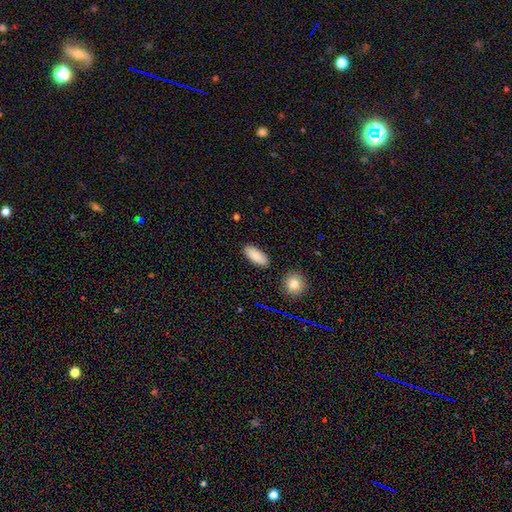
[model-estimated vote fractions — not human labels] smooth 88%, star or artifact 7%, featured or disk 5%. Down the decision tree: how rounded — in between (82%); merging — none (88%).